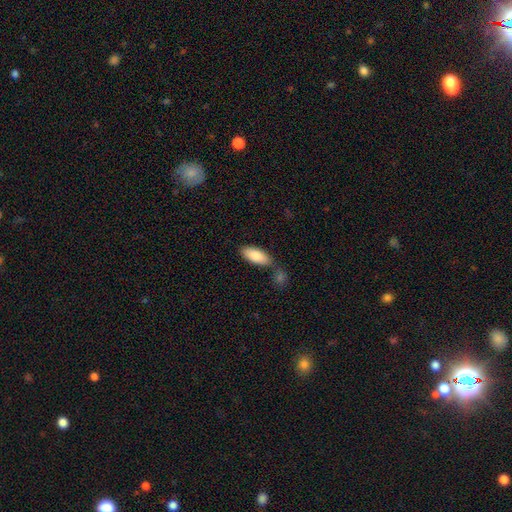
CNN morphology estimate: Smooth or featured: smooth — 83% (featured or disk — 11%)
How rounded: in between — 85% (cigar-shaped — 13%)
Merging: none — 66% (merger — 16%)